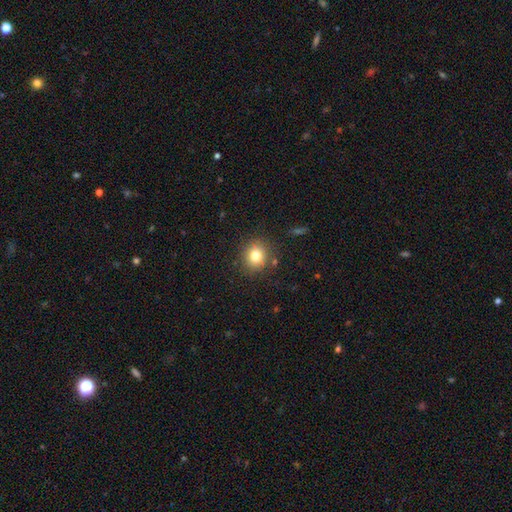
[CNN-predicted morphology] This is likely a smooth galaxy (79%). How rounded: clearly round (81%). Merging: clearly none (86%).